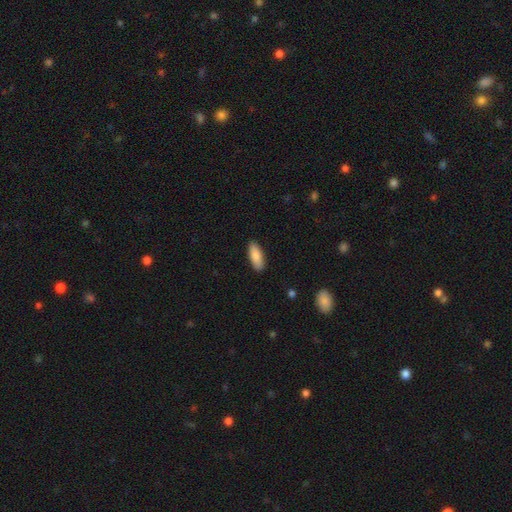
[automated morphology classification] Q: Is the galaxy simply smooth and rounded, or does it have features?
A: smooth — 87%.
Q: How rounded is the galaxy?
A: in between — 72%.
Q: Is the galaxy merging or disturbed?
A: none — 89%.